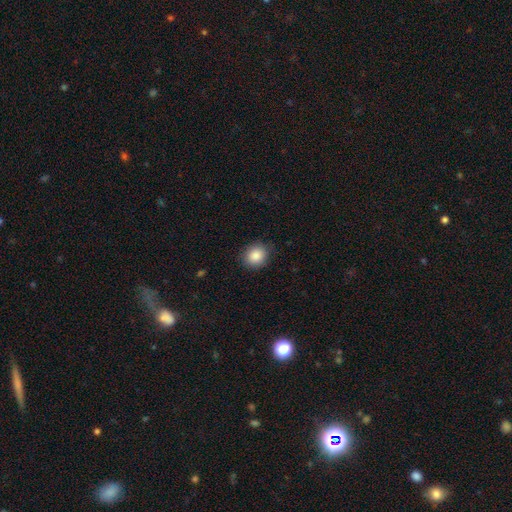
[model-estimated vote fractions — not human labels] A smooth galaxy with no disk features (87%) that is round (74%). Merging: none (86%).